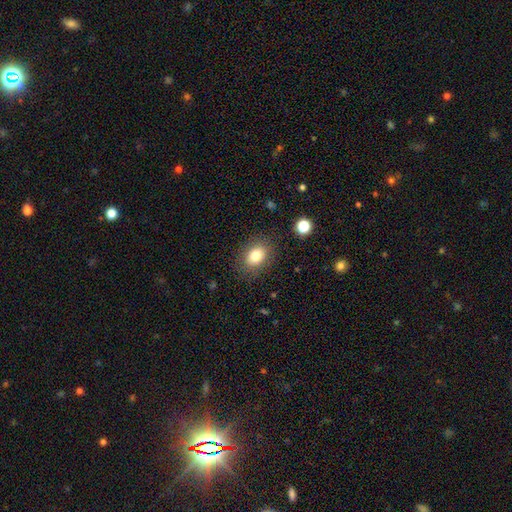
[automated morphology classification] Smooth or featured? Predicted: smooth (p=0.80). How rounded? Predicted: in between (p=0.68). Merging? Predicted: none (p=0.84).